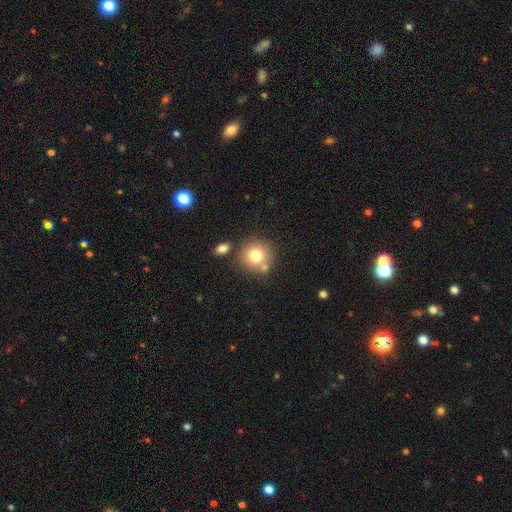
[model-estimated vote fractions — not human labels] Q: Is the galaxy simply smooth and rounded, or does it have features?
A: smooth — 77%.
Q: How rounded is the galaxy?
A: round — 89%.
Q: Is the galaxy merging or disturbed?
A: none — 66%.